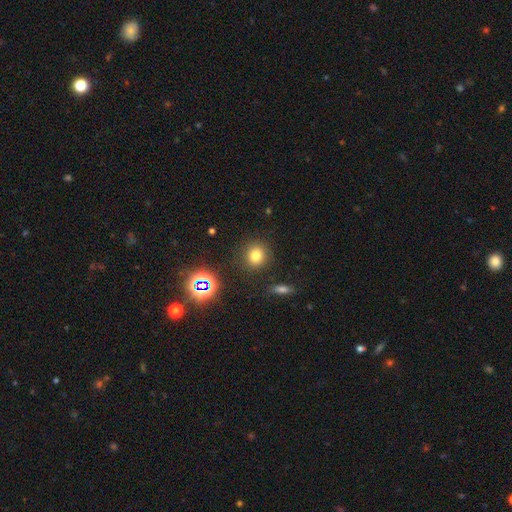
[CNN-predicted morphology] Smooth or featured?
  - smooth: 75% *
  - star or artifact: 18%
  - featured or disk: 7%
How rounded?
  - round: 83% *
  - in between: 15%
  - cigar-shaped: 1%
Merging?
  - none: 87% *
  - minor disturbance: 8%
  - major disturbance: 3%
  - merger: 2%